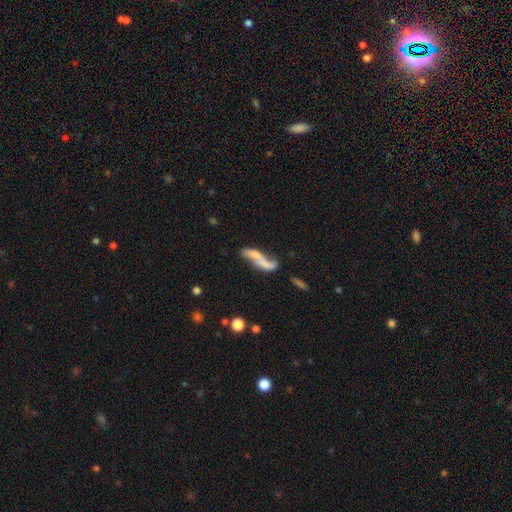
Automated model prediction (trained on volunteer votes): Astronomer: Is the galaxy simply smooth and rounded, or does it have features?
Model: featured or disk — 56% (runner-up: smooth, 35%).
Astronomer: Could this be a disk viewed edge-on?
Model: no — 78%.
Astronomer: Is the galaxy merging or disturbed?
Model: none — 34% (runner-up: merger, 30%).